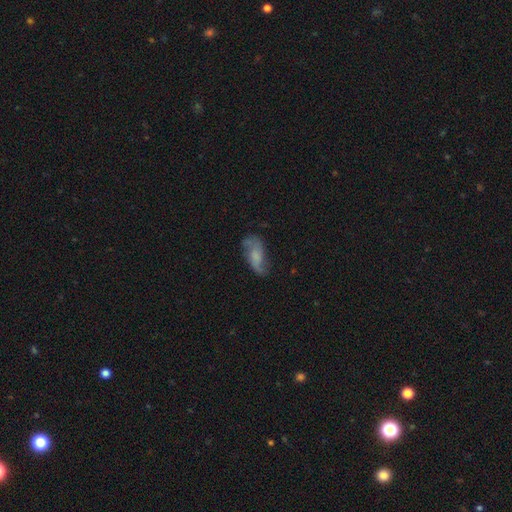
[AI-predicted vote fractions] Smooth or featured: featured or disk — 53% (smooth — 38%)
Edge-on disk: no — 91% (yes — 9%)
Merging: none — 58% (minor disturbance — 25%)